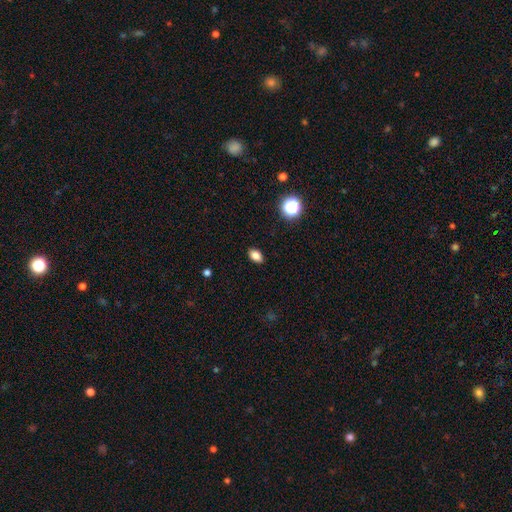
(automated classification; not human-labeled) Smooth or featured: smooth — 82% (star or artifact — 12%)
How rounded: in between — 84% (round — 15%)
Merging: none — 89% (minor disturbance — 8%)